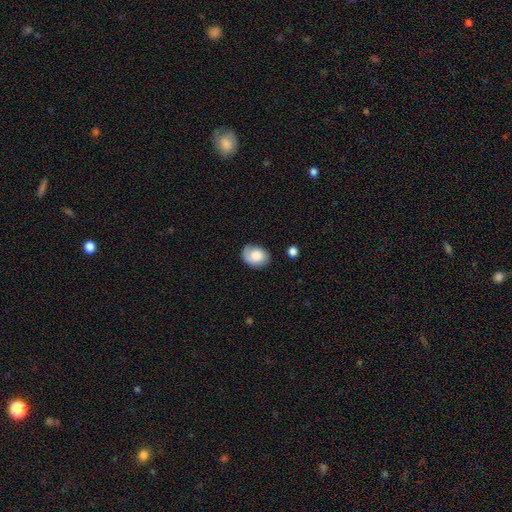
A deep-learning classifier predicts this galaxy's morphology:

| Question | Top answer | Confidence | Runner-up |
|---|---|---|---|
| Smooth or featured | smooth | 62% | featured or disk (30%) |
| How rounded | in between | 62% | round (37%) |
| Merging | none | 68% | minor disturbance (23%) |